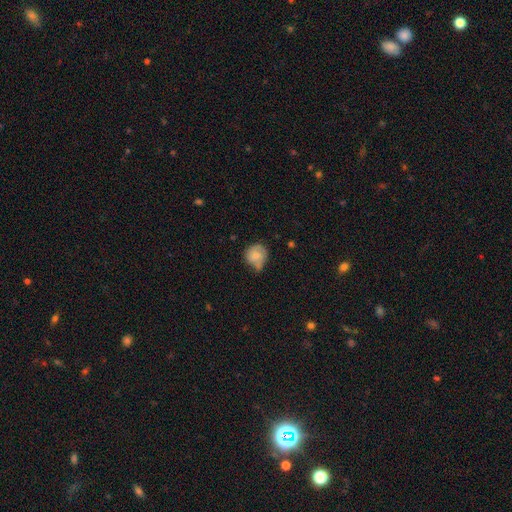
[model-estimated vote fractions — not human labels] smooth_or_featured: smooth (p=0.63) [alt: featured or disk p=0.30]
how_rounded: round (p=0.74) [alt: in between p=0.25]
merging: none (p=0.39) [tied with: minor disturbance p=0.39]